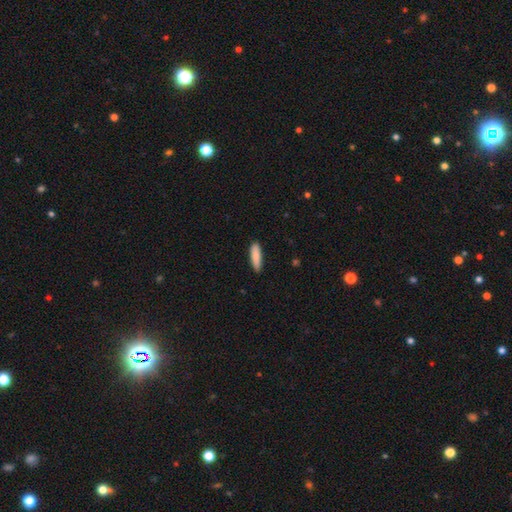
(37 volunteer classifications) This appears to be a smooth galaxy with no disk features (89%) that is cigar-shaped (76%). Merging: none (89%).